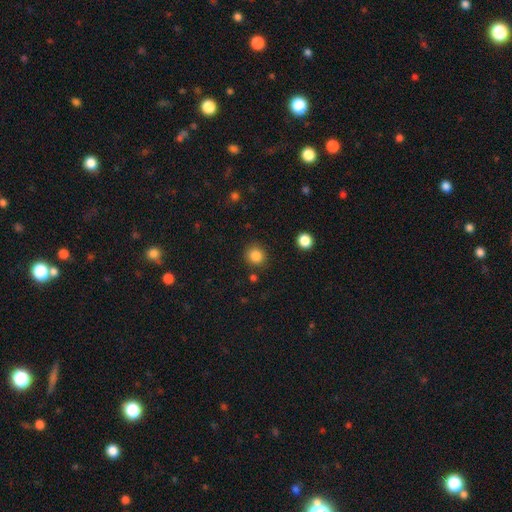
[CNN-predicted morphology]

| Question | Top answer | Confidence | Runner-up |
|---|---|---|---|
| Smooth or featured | smooth | 86% | star or artifact (11%) |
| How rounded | round | 88% | in between (11%) |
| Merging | none | 86% | minor disturbance (9%) |